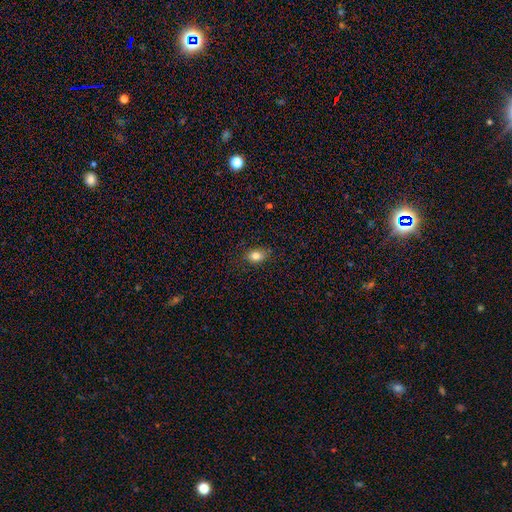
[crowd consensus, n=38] Smooth or featured? 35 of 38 (92%) said smooth. How rounded? 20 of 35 (57%) said in between. Merging? 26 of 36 (72%) said none.